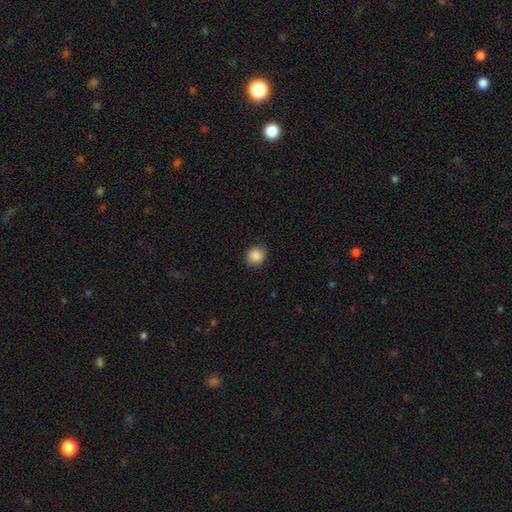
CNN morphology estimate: A smooth galaxy with no disk features (88%) that is round (81%). Merging: none (89%).